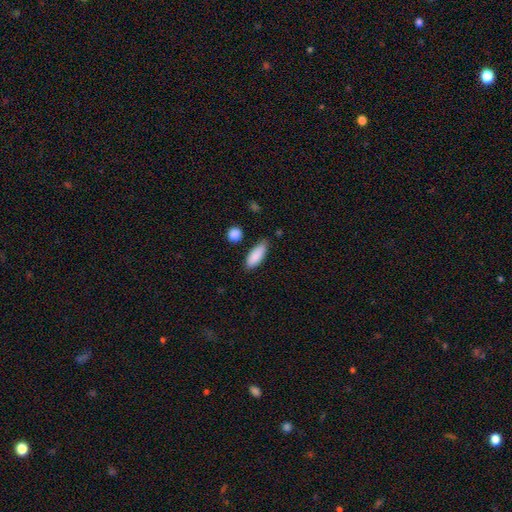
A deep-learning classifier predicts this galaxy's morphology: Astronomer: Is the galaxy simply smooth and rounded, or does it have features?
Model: smooth — 88%.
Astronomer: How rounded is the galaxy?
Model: in between — 68%.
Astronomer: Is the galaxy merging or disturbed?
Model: none — 75%.